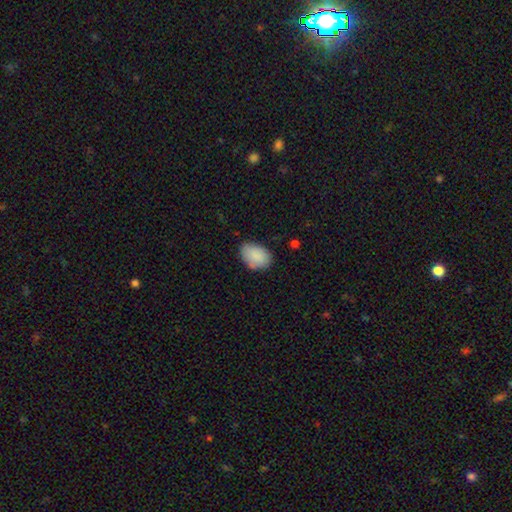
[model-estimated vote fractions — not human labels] This appears to be a smooth galaxy with no disk features (87%) that is in between round and cigar-shaped (84%). Merging: none (70%).